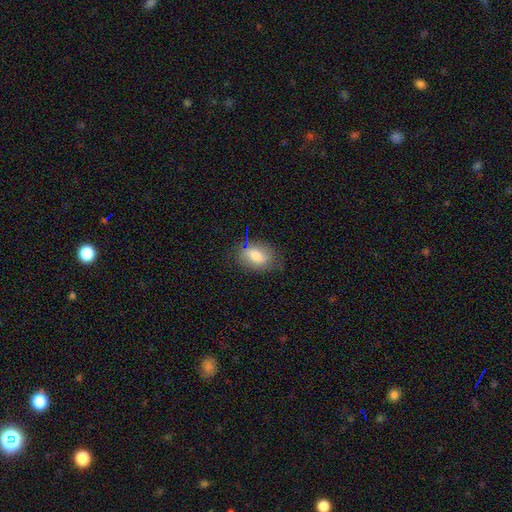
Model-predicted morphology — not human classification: This appears to be a smooth galaxy with no disk features (76%) that is in between round and cigar-shaped (78%). Merging: none (73%).